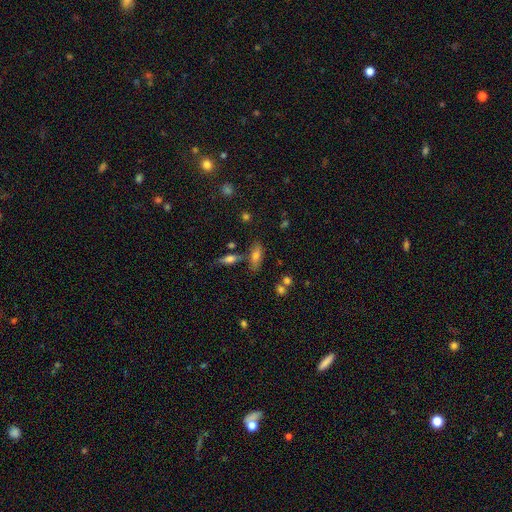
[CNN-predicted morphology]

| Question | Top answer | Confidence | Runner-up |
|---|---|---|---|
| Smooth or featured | smooth | 69% | featured or disk (22%) |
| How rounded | in between | 72% | cigar-shaped (24%) |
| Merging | none | 65% | merger (16%) |